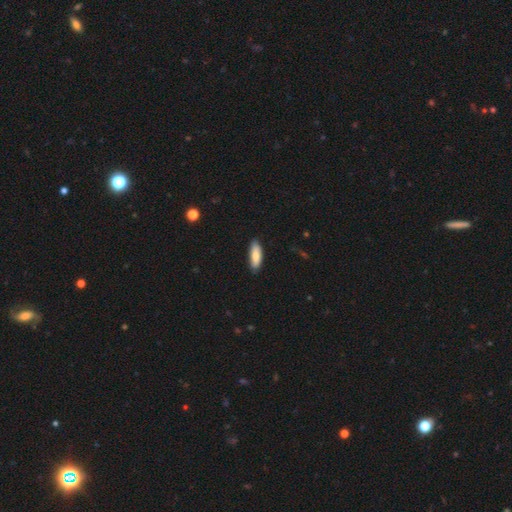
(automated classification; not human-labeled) Smooth or featured? smooth (80%)
How rounded? in between (60%)
Merging? none (85%)